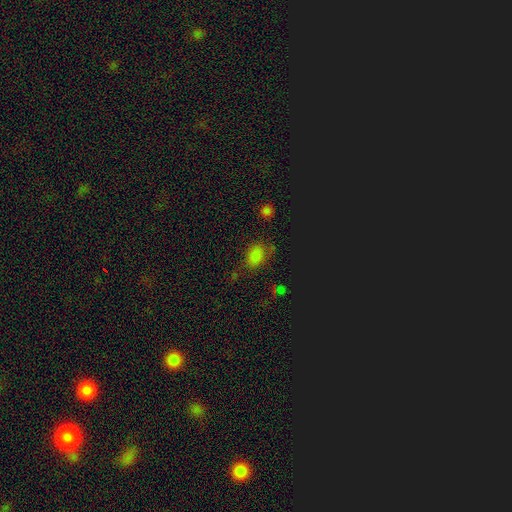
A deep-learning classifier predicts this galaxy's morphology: The model was most divided on "merging": none: 66%, minor disturbance: 20%, major disturbance: 8%, merger: 5%. More confident: how rounded — in between (78%); smooth or featured — smooth (71%).